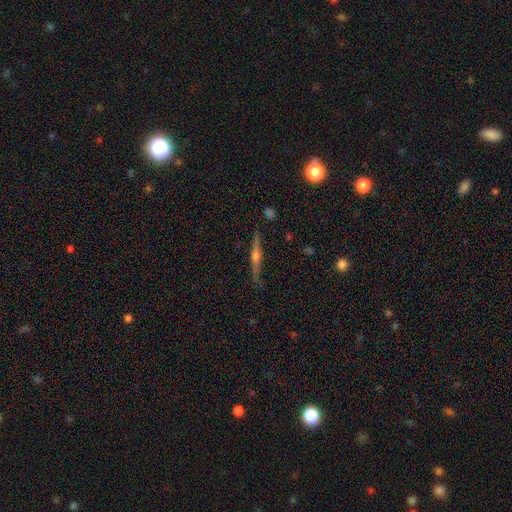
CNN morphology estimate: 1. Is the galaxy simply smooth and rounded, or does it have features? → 79% featured or disk, 14% smooth, 7% star or artifact.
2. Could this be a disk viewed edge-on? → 98% yes, 2% no.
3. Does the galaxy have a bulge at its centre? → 90% rounded, 5% boxy, 5% none.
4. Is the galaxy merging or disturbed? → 86% none, 10% minor disturbance, 2% major disturbance, 2% merger.